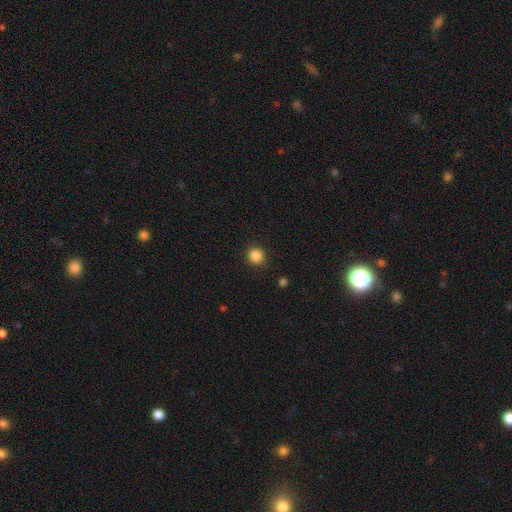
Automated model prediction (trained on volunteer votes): Morphology: type=smooth (86%); roundness=round (91%); merging=none (90%).